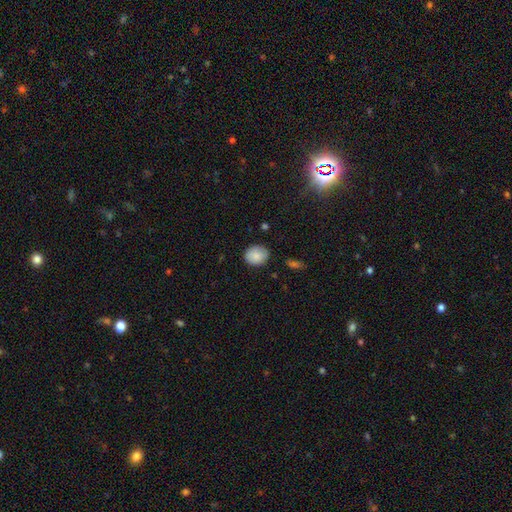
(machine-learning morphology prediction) The model was most divided on "how rounded": round: 58%, in between: 41%, cigar-shaped: 1%. More confident: smooth or featured — smooth (87%); merging — none (82%).